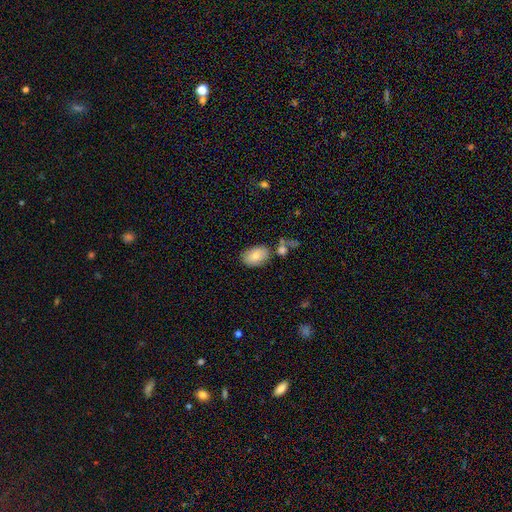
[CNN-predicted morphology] Overall: smooth (79%). How rounded: in between (89%). Merging: none (72%).